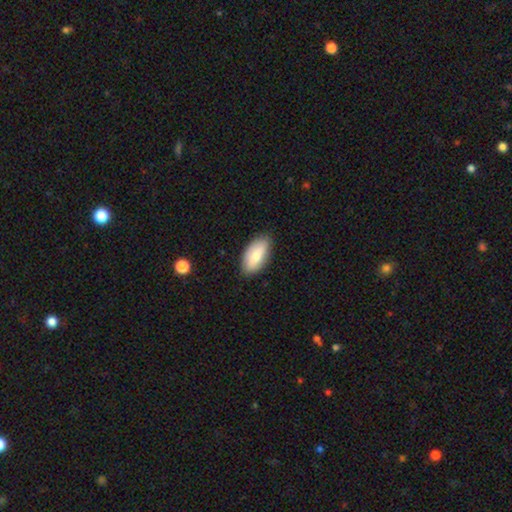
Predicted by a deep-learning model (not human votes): Smooth or featured? Predicted: smooth (p=0.78). How rounded? Predicted: in between (p=0.92). Merging? Predicted: none (p=0.84).